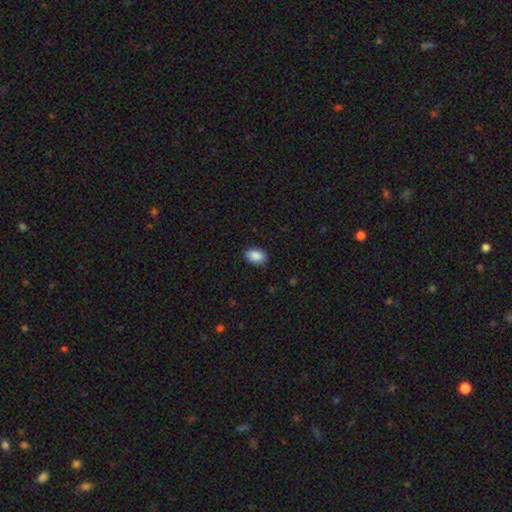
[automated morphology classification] Smooth or featured: smooth — 89% (star or artifact — 7%)
How rounded: in between — 87% (round — 12%)
Merging: none — 85% (minor disturbance — 11%)